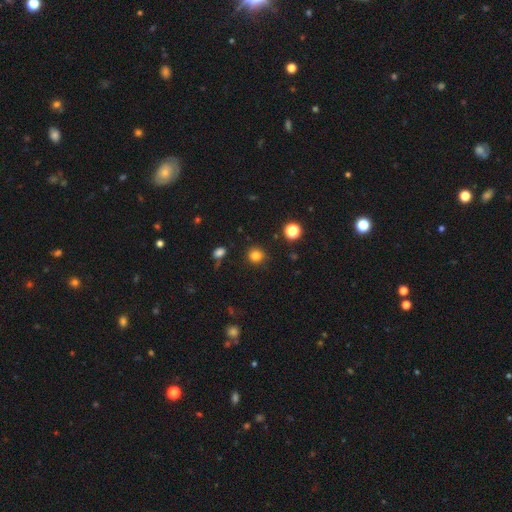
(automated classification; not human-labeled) Overall: smooth (82%). How rounded: round (89%). Merging: none (87%).